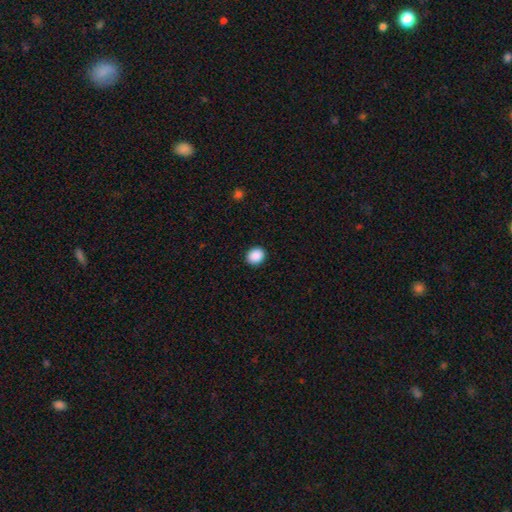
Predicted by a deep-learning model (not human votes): Smooth or featured? smooth (90%)
How rounded? round (63%)
Merging? none (91%)